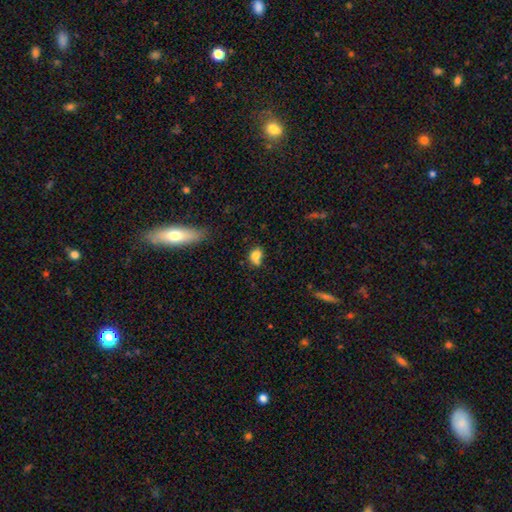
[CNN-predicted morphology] A smooth galaxy with no disk features (79%) that is in between round and cigar-shaped (58%). Merging: none (42%).